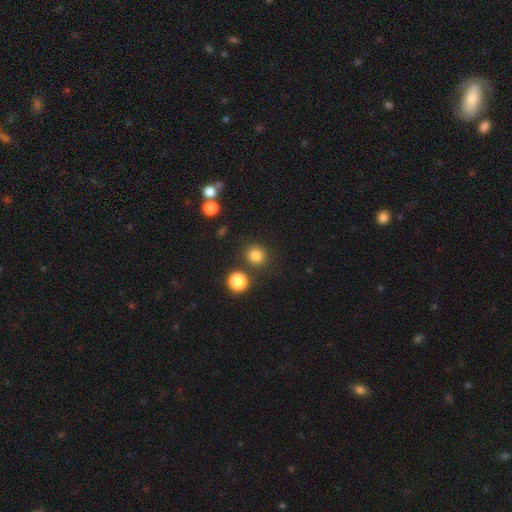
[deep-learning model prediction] Smooth or featured? Predicted: smooth (p=0.82). How rounded? Predicted: round (p=0.87). Merging? Predicted: none (p=0.83).